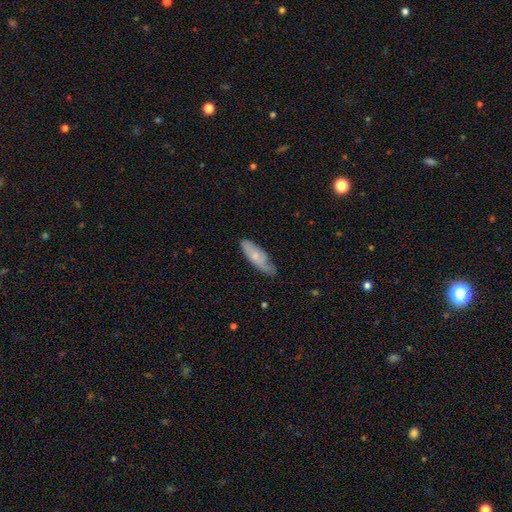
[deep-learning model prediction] smooth-or-featured: smooth: 57% | featured or disk: 37% | star or artifact: 6%
  how-rounded: in between: 52% | cigar-shaped: 46% | round: 2%
  merging: none: 66% | minor disturbance: 28% | major disturbance: 5% | merger: 2%